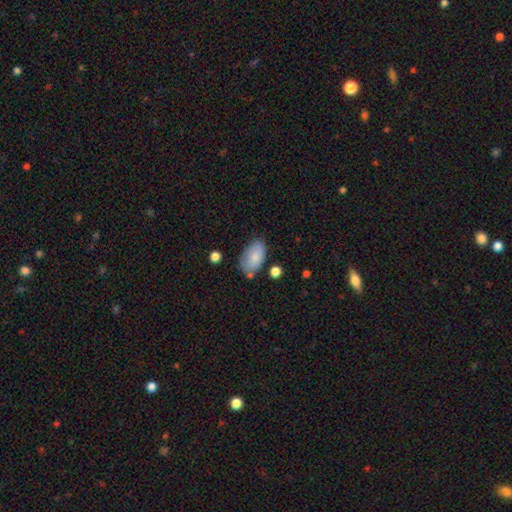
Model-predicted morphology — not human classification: Smooth or featured? Predicted: smooth (p=0.81). How rounded? Predicted: in between (p=0.94). Merging? Predicted: none (p=0.65).